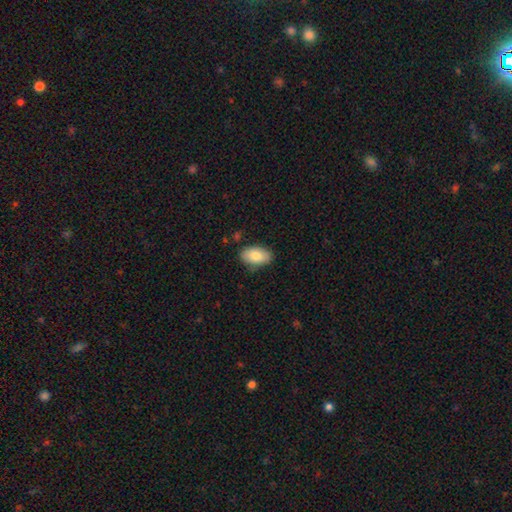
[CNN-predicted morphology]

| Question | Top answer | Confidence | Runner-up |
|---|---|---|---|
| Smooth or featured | smooth | 80% | featured or disk (13%) |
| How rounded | in between | 92% | round (6%) |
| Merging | none | 81% | minor disturbance (15%) |